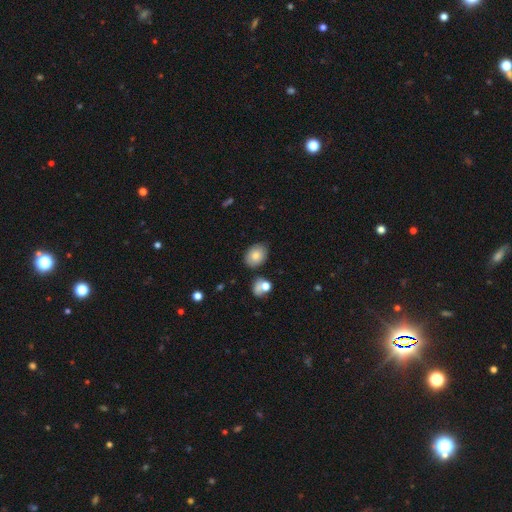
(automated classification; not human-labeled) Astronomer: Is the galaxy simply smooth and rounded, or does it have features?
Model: smooth — 80%.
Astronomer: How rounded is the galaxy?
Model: in between — 71%.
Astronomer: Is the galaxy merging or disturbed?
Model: none — 78%.